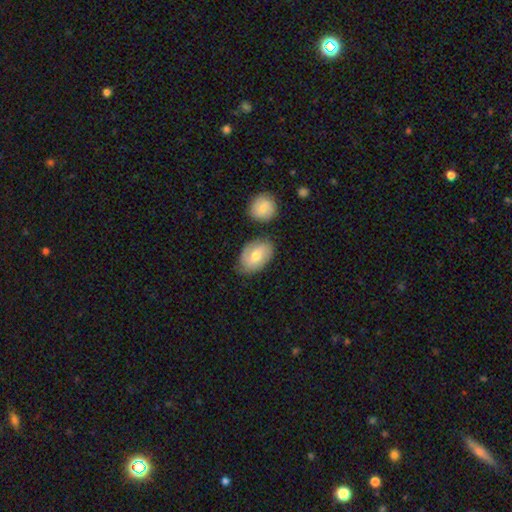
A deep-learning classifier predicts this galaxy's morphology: smooth-or-featured: smooth: 61% | featured or disk: 33% | star or artifact: 6%
  how-rounded: in between: 86% | round: 12% | cigar-shaped: 2%
  merging: none: 70% | minor disturbance: 18% | merger: 9% | major disturbance: 4%